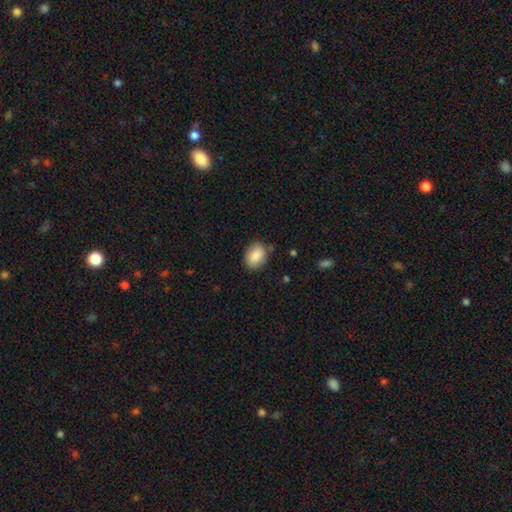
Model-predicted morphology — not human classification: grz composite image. It shows a smooth galaxy with no disk features (87%) that is in between round and cigar-shaped (75%). Merging: none (78%).